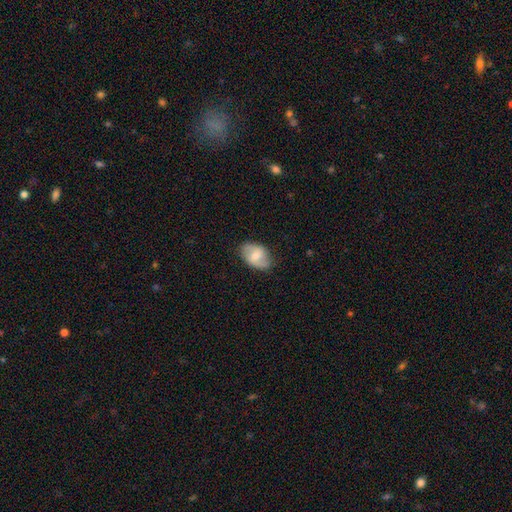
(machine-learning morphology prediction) smooth_or_featured: featured or disk (p=0.54) [alt: smooth p=0.40]
disk_edge_on: no (p=0.96) [alt: yes p=0.04]
bar: weak (p=0.49) [alt: no p=0.37]
has_spiral_arms: yes (p=0.83) [alt: no p=0.17]
bulge_size: moderate (p=0.55) [alt: small p=0.36]
merging: none (p=0.80) [alt: minor disturbance p=0.16]